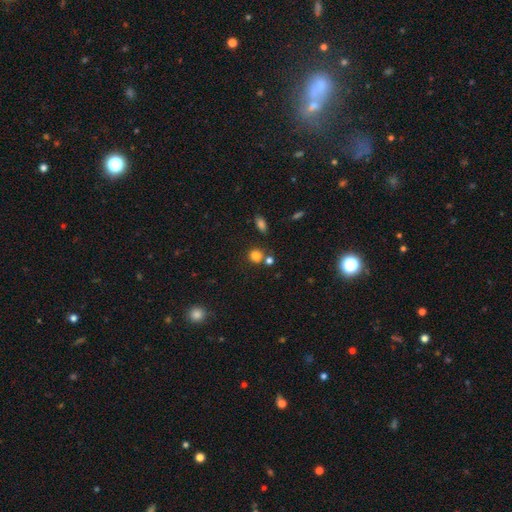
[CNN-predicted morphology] Smooth or featured? Predicted: smooth (p=0.80). How rounded? Predicted: round (p=0.81). Merging? Predicted: none (p=0.64).